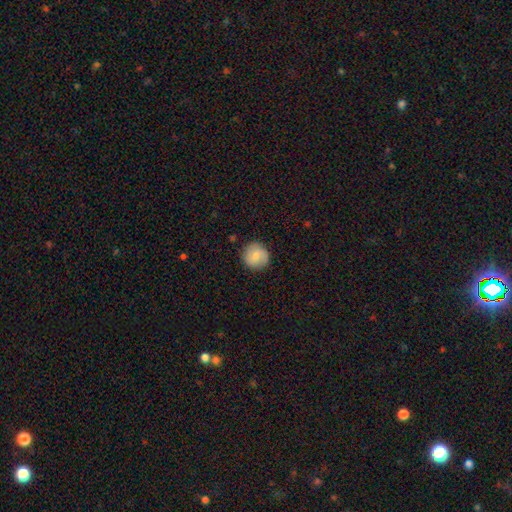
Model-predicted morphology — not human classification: This is likely a smooth galaxy (77%). How rounded: clearly round (93%). Merging: clearly none (86%).